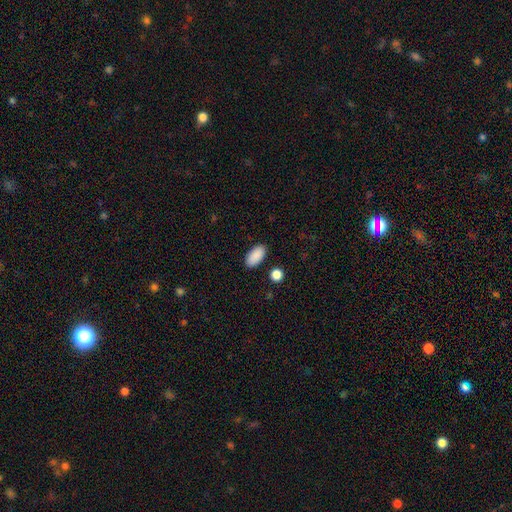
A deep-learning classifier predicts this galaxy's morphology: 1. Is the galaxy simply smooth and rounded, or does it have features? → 90% smooth, 7% star or artifact, 3% featured or disk.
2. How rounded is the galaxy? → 93% in between, 4% cigar-shaped, 3% round.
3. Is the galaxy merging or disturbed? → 87% none, 8% minor disturbance, 3% merger, 2% major disturbance.